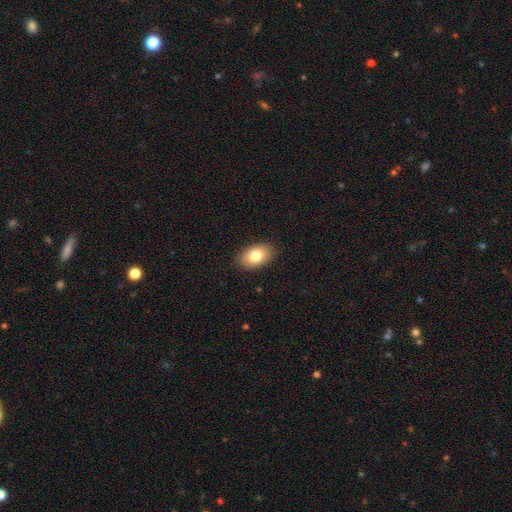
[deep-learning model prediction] Smooth or featured?
  - smooth: 80% *
  - featured or disk: 13%
  - star or artifact: 8%
How rounded?
  - in between: 90% *
  - round: 9%
  - cigar-shaped: 1%
Merging?
  - none: 89% *
  - minor disturbance: 9%
  - major disturbance: 2%
  - merger: 1%